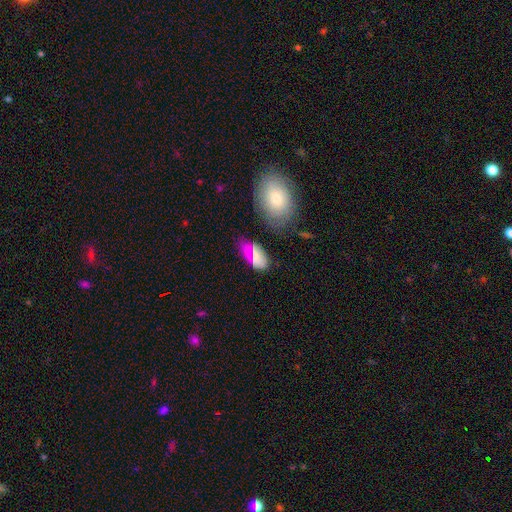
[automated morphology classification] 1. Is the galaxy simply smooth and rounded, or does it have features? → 67% smooth, 22% featured or disk, 12% star or artifact.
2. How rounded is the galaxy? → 91% in between, 5% cigar-shaped, 4% round.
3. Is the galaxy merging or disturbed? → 59% none, 24% minor disturbance, 9% major disturbance, 7% merger.